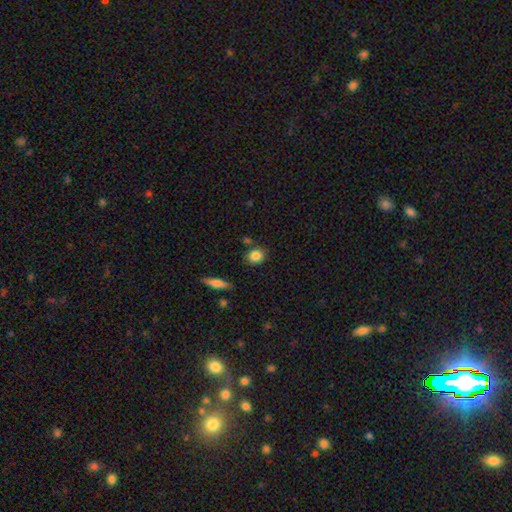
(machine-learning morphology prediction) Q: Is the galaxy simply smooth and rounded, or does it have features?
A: smooth — 84%.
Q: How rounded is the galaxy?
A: round — 69%.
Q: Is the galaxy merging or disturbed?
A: none — 80%.